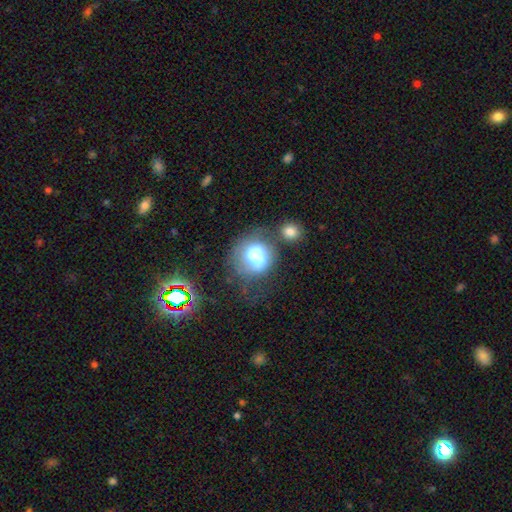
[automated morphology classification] This is possibly a smooth galaxy (57%). How rounded: likely round (70%). Merging: marginally none (30%).